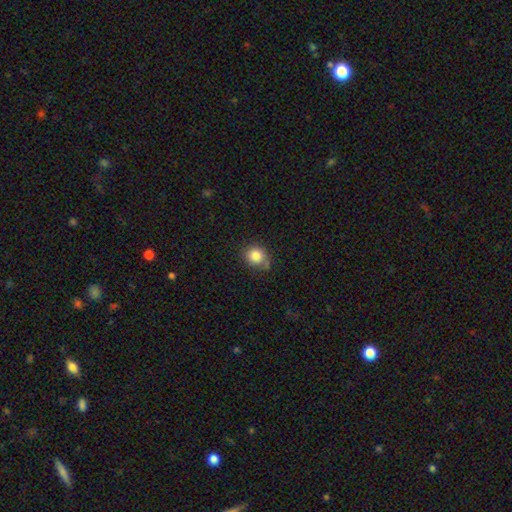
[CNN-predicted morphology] smooth_or_featured: smooth (p=0.83) [alt: star or artifact p=0.10]
how_rounded: round (p=0.79) [alt: in between p=0.21]
merging: none (p=0.68) [alt: minor disturbance p=0.23]